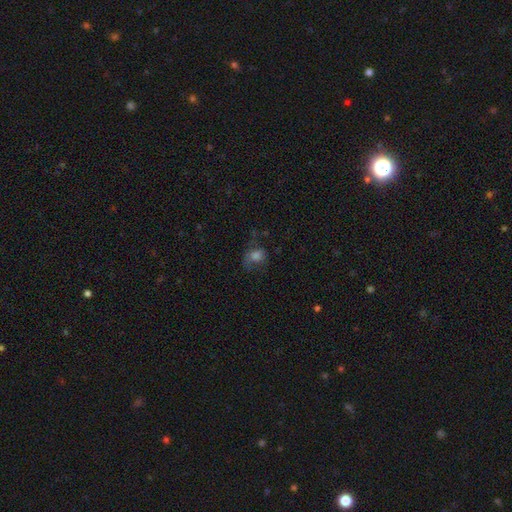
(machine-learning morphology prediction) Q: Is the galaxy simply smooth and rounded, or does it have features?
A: smooth — 63%.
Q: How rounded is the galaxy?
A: round — 49%, tied with in between.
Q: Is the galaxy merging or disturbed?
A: none — 45%.